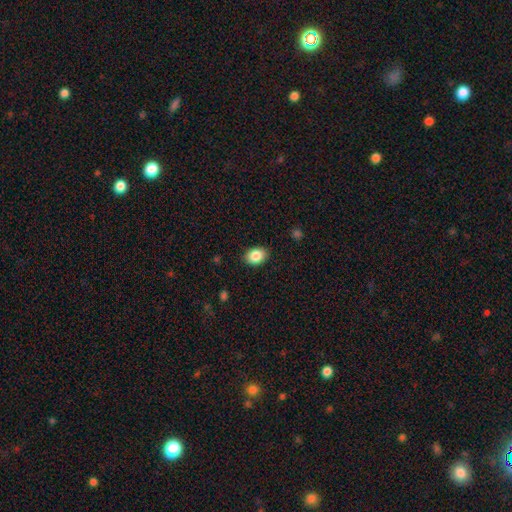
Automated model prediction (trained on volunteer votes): This is clearly a smooth galaxy (86%). How rounded: likely in between (71%). Merging: clearly none (88%).